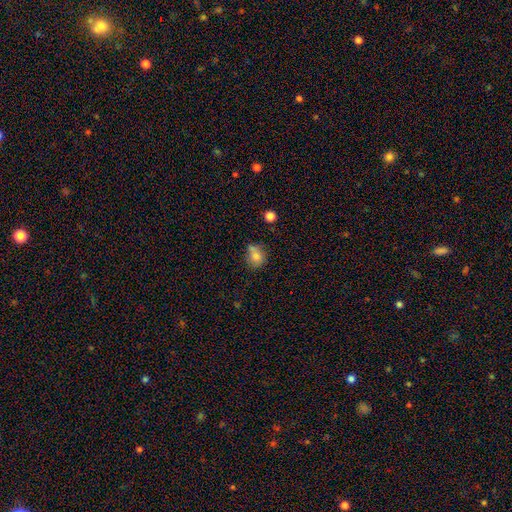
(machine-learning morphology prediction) A smooth galaxy with no disk features (75%) that is round (57%). Merging: none (55%).